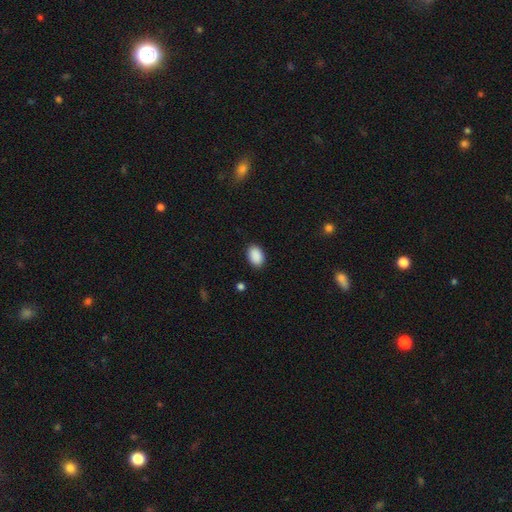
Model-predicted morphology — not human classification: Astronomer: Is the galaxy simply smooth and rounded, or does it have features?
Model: smooth — 90%.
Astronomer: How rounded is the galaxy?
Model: in between — 87%.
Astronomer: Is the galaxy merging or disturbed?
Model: none — 88%.